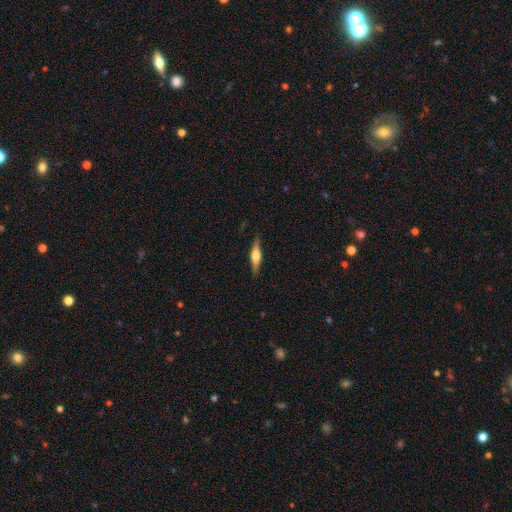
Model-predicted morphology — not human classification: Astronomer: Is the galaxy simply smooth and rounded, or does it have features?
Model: featured or disk — 59% (runner-up: smooth, 35%).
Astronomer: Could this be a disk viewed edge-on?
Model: yes — 96%.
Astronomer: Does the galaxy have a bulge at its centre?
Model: rounded — 89%.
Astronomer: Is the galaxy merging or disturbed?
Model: none — 88%.